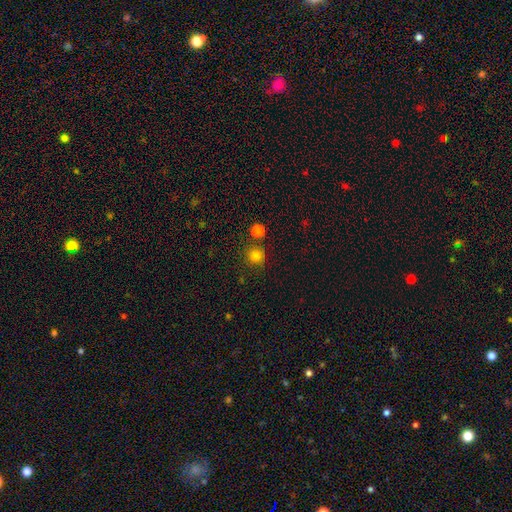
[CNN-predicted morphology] A smooth galaxy with no disk features (81%) that is round (93%).

Vote fractions:
- Smooth or featured? smooth: 81% / star or artifact: 14% / featured or disk: 4%
- How rounded? round: 93% / in between: 6% / cigar-shaped: 1%
- Merging? none: 80% / merger: 9% / minor disturbance: 8% / major disturbance: 3%